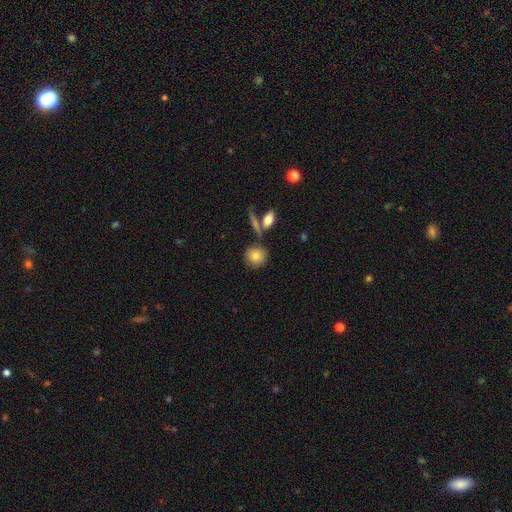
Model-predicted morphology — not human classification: Overall: smooth (80%). How rounded: round (85%). Merging: none (74%).